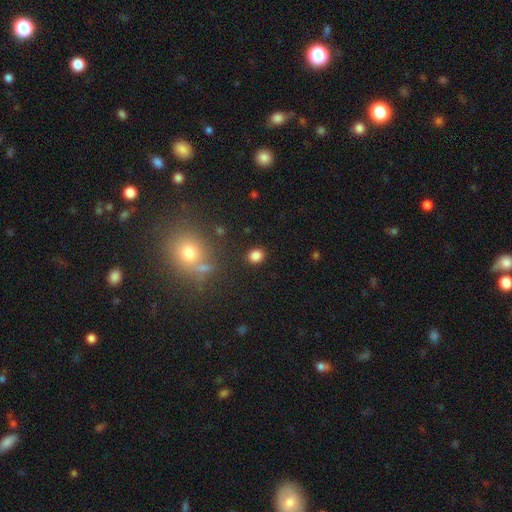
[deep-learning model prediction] Smooth or featured? Predicted: smooth (p=0.83). How rounded? Predicted: round (p=0.64). Merging? Predicted: none (p=0.88).